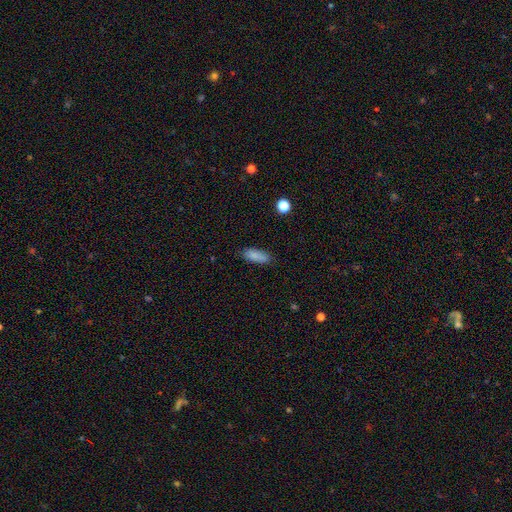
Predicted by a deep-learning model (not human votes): This is clearly a smooth galaxy (85%). How rounded: likely in between (66%). Merging: likely none (80%).